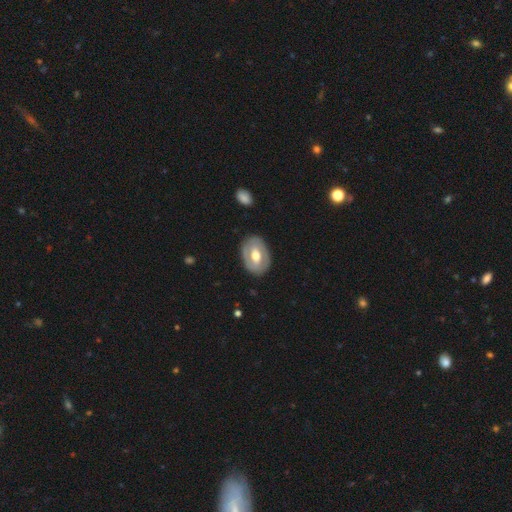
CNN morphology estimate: The model was most divided on "bar": weak: 39%, no: 34%, strong: 27%. More confident: edge-on disk — no (93%); merging — none (82%); bulge size — moderate (73%); smooth or featured — featured or disk (60%); spiral arms — no (60%).